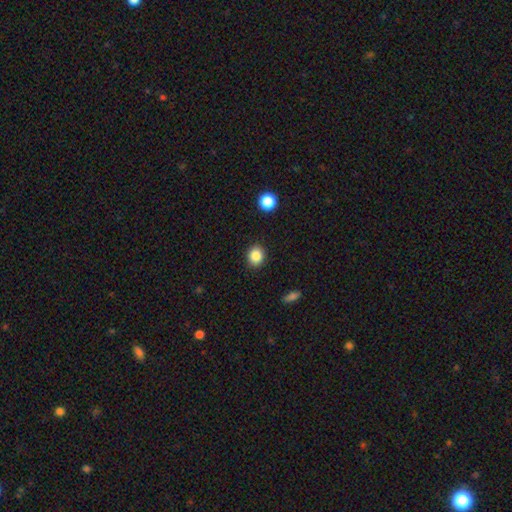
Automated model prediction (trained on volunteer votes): This appears to be a smooth galaxy with no disk features (86%) that is round (75%). Merging: none (90%).